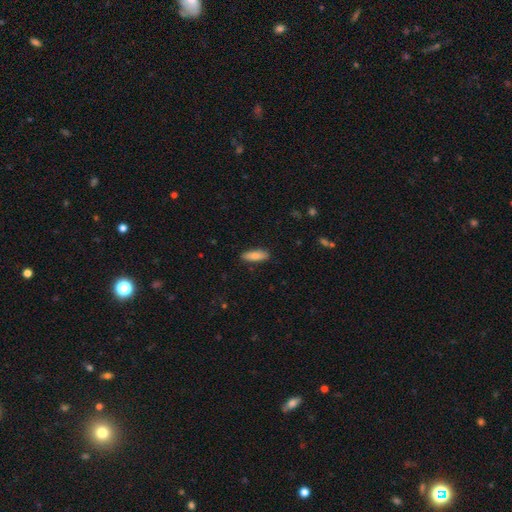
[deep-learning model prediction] Smooth or featured? Predicted: smooth (p=0.81). How rounded? Predicted: in between (p=0.56). Merging? Predicted: none (p=0.87).